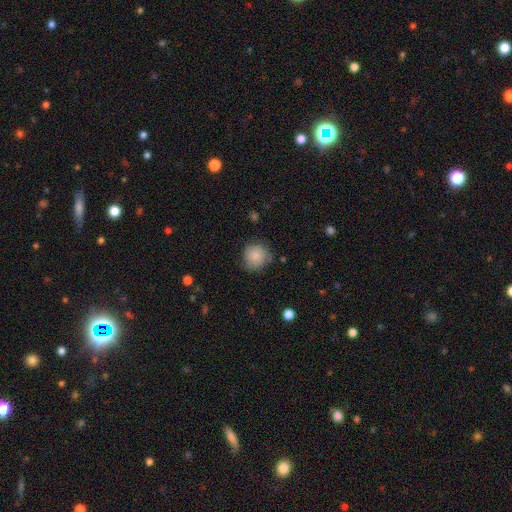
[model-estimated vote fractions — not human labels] A smooth galaxy with no disk features (85%) that is round (90%). Merging: none (75%).